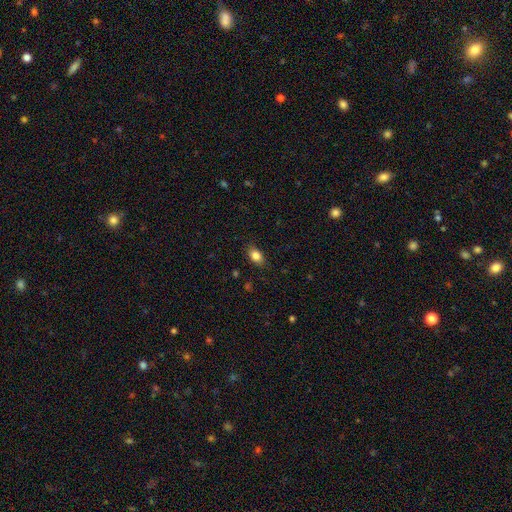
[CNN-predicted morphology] Smooth or featured?
  - smooth: 84% *
  - star or artifact: 9%
  - featured or disk: 7%
How rounded?
  - in between: 84% *
  - round: 14%
  - cigar-shaped: 2%
Merging?
  - none: 86% *
  - minor disturbance: 11%
  - major disturbance: 3%
  - merger: 1%